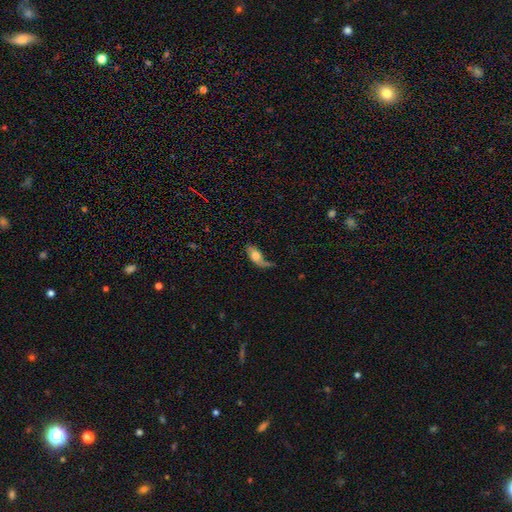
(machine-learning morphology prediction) Overall: smooth (56%; featured or disk 36%). How rounded: in between (84%). Merging: none (34%; major disturbance 31%).